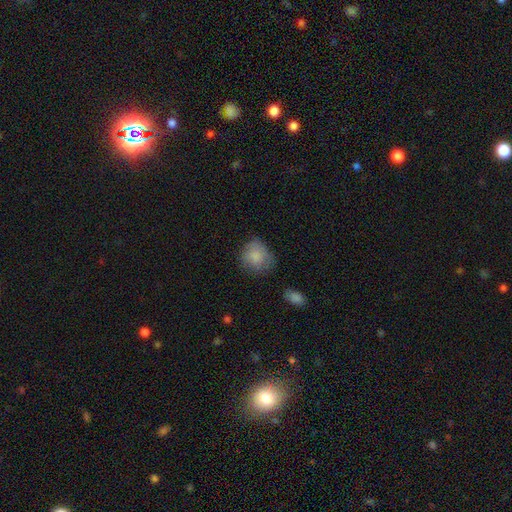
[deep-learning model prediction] Smooth or featured? Predicted: smooth (p=0.83). How rounded? Predicted: round (p=0.76). Merging? Predicted: none (p=0.65).